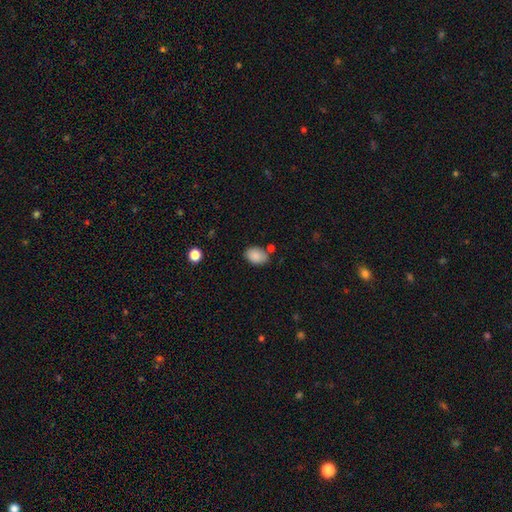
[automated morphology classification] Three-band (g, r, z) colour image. It shows a smooth galaxy with no disk features (88%) that is in between round and cigar-shaped (82%). Merging: none (72%).